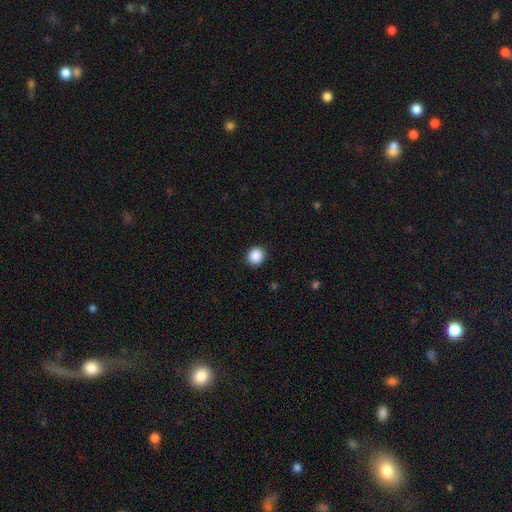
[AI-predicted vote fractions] This appears to be a smooth galaxy with no disk features (89%) that is round (84%). Merging: none (91%).